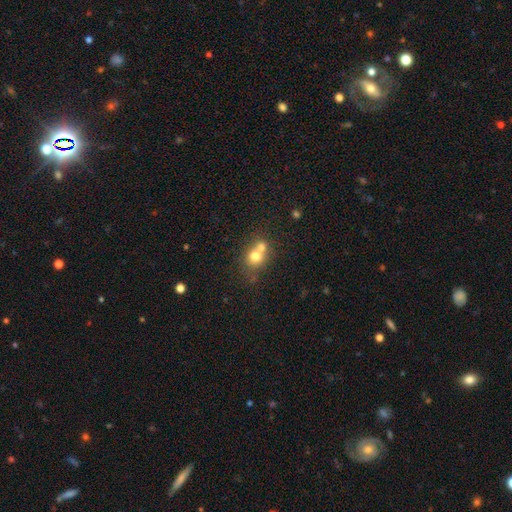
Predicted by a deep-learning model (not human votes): This appears to be a smooth galaxy with no disk features (72%) that is round (76%). Merging: merger (59%).